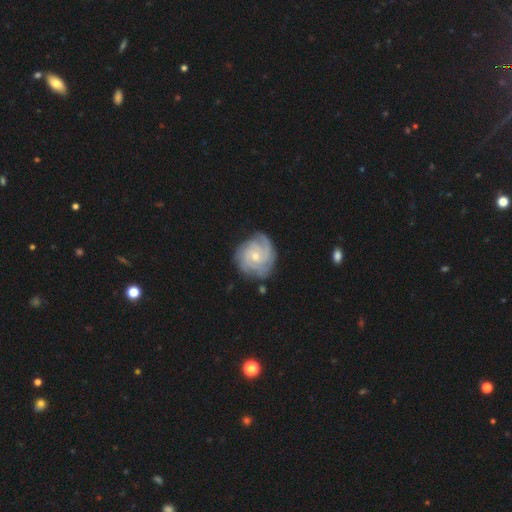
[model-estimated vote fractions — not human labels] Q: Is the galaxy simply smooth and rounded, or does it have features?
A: featured or disk — 85%.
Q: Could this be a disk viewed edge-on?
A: no — 98%.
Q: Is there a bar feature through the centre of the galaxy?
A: no — 74%.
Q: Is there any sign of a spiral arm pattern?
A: yes — 97%.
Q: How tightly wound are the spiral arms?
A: tight — 71%.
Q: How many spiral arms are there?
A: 3 — 26%.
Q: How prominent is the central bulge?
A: small — 53%.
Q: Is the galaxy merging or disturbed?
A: none — 76%.